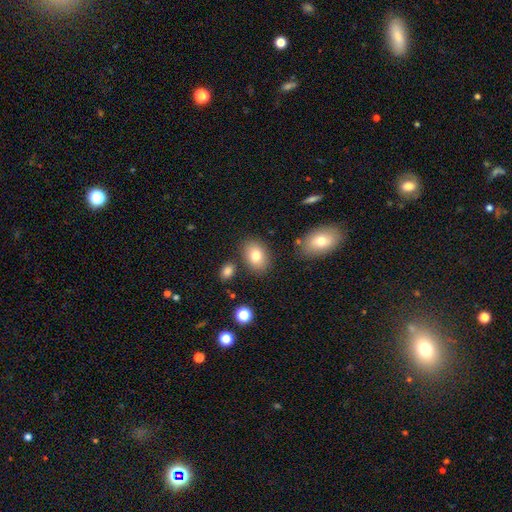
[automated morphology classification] smooth-or-featured: smooth: 79% | featured or disk: 12% | star or artifact: 9%
  how-rounded: in between: 80% | round: 19% | cigar-shaped: 1%
  merging: none: 79% | minor disturbance: 12% | merger: 5% | major disturbance: 3%